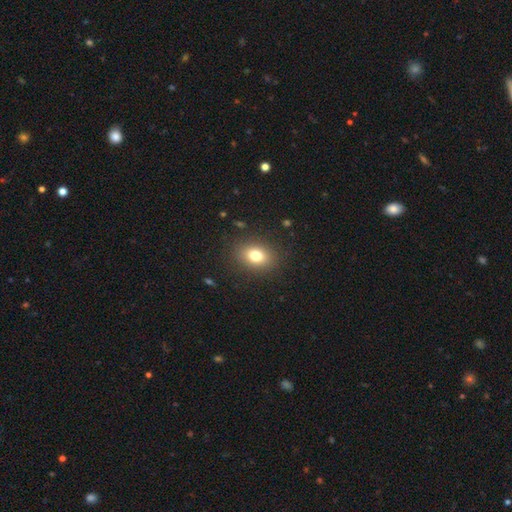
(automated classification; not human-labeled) Smooth or featured?
  - smooth: 78% *
  - star or artifact: 11%
  - featured or disk: 11%
How rounded?
  - in between: 65% *
  - round: 34%
  - cigar-shaped: 1%
Merging?
  - none: 87% *
  - minor disturbance: 9%
  - major disturbance: 3%
  - merger: 1%